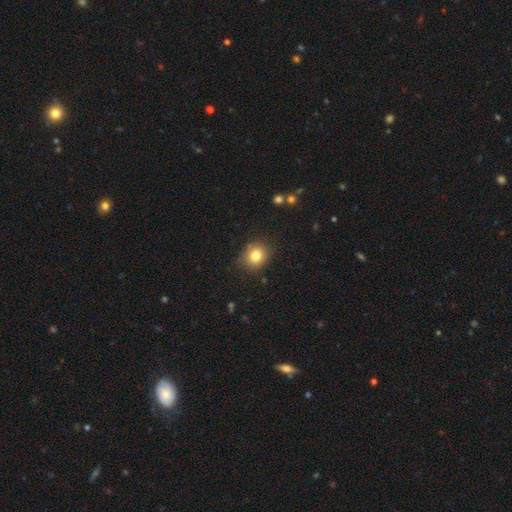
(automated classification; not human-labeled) Morphology: type=smooth (80%); roundness=round (68%); merging=none (83%).